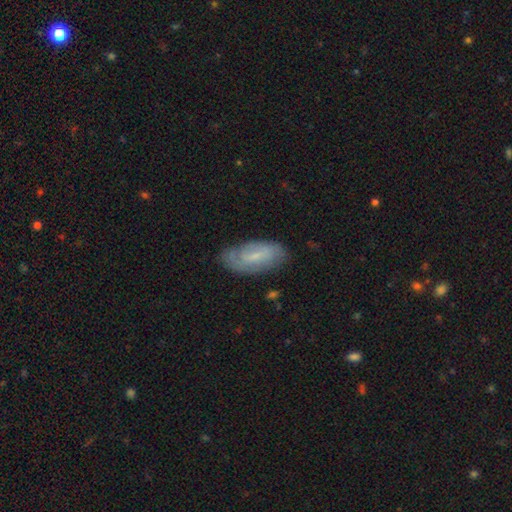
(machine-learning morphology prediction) Overall: featured or disk (47%; smooth 45%). Merging: none (72%).